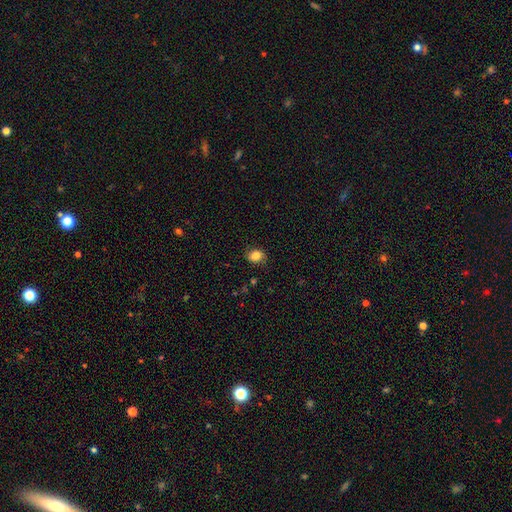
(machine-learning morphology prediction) smooth-or-featured: smooth: 83% | star or artifact: 10% | featured or disk: 7%
  how-rounded: round: 53% | in between: 46% | cigar-shaped: 1%
  merging: none: 78% | minor disturbance: 16% | major disturbance: 4% | merger: 1%